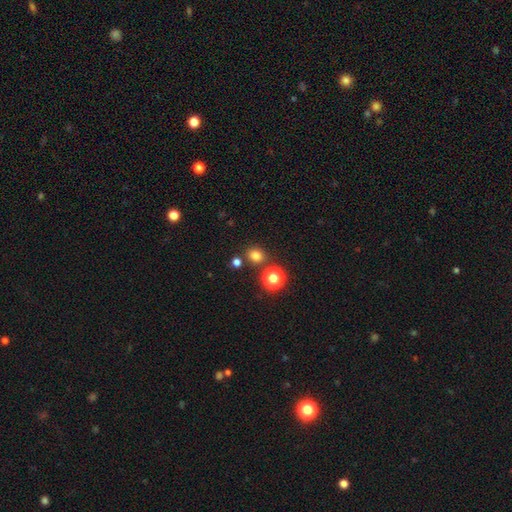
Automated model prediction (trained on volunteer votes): smooth-or-featured: smooth: 77% | star or artifact: 18% | featured or disk: 5%
  how-rounded: round: 80% | in between: 19% | cigar-shaped: 1%
  merging: none: 81% | merger: 8% | minor disturbance: 8% | major disturbance: 3%